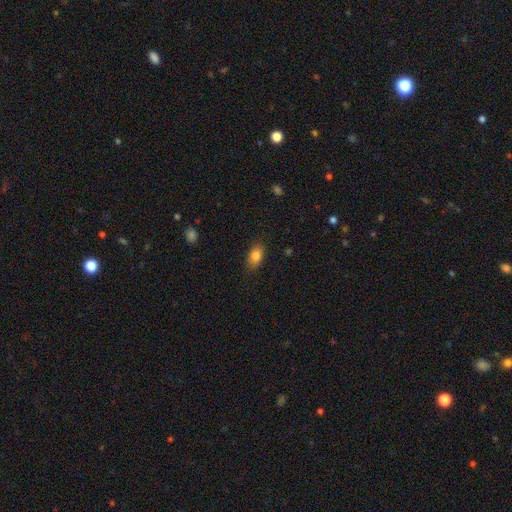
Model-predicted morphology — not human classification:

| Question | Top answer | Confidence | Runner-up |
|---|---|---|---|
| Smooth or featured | smooth | 83% | star or artifact (9%) |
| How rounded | in between | 87% | round (9%) |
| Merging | none | 85% | minor disturbance (11%) |